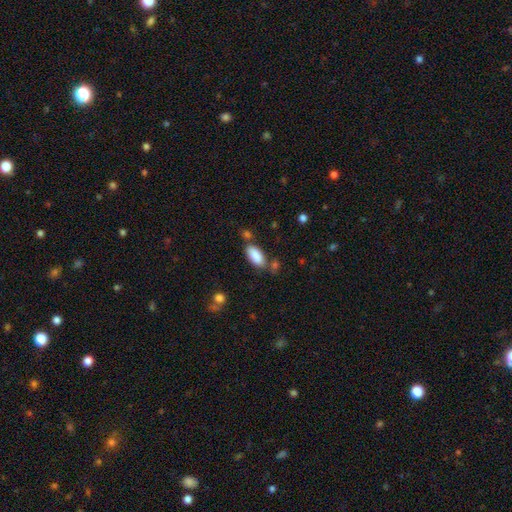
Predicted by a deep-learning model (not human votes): smooth-or-featured: smooth: 88% | star or artifact: 7% | featured or disk: 5%
  how-rounded: in between: 89% | cigar-shaped: 9% | round: 2%
  merging: none: 67% | minor disturbance: 16% | merger: 12% | major disturbance: 5%